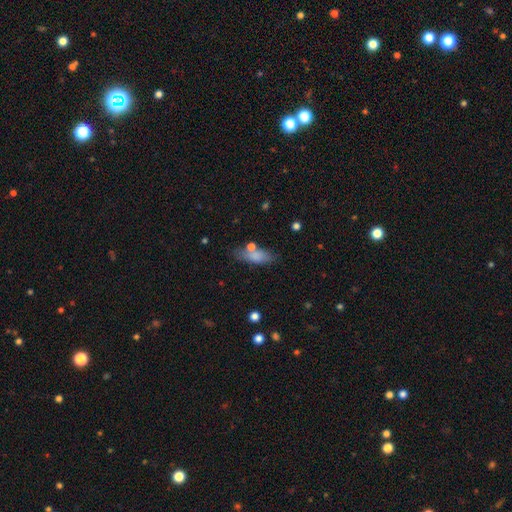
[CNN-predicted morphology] smooth 78%, featured or disk 14%, star or artifact 8%. Down the decision tree: how rounded — in between (71%); merging — none (63%).